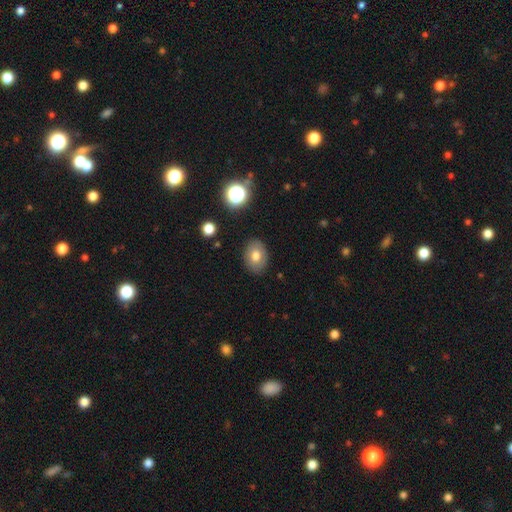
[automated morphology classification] Smooth or featured? Predicted: smooth (p=0.73). How rounded? Predicted: in between (p=0.70). Merging? Predicted: none (p=0.86).